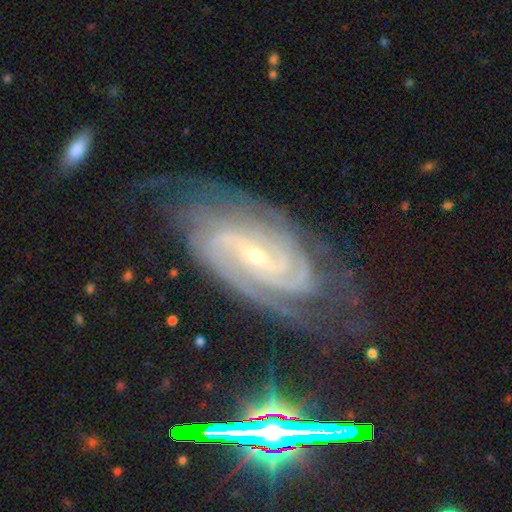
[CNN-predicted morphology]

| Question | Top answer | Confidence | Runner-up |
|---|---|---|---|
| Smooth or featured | featured or disk | 89% | star or artifact (7%) |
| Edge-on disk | no | 95% | yes (5%) |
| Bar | weak | 39% | no (36%) |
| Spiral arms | yes | 98% | no (2%) |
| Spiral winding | tight | 69% | medium (27%) |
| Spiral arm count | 2 | 34% | can't tell (20%) |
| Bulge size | small | 76% | moderate (20%) |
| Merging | none | 68% | minor disturbance (21%) |